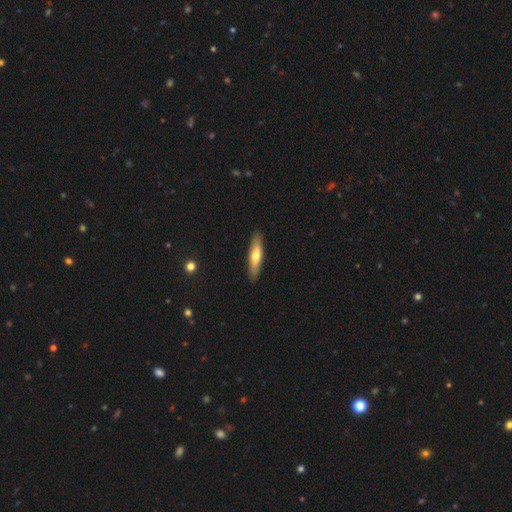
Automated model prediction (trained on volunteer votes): Overall: smooth (59%; featured or disk 35%). How rounded: cigar-shaped (75%). Merging: none (89%).